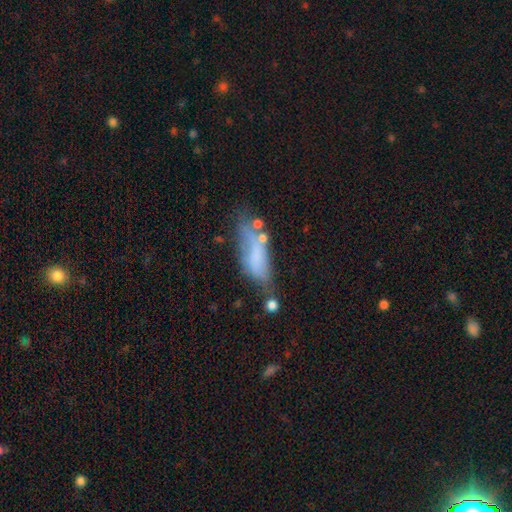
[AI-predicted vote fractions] Smooth or featured: smooth — 53% (featured or disk — 36%)
How rounded: in between — 60% (cigar-shaped — 37%)
Merging: none — 34% (minor disturbance — 29%)